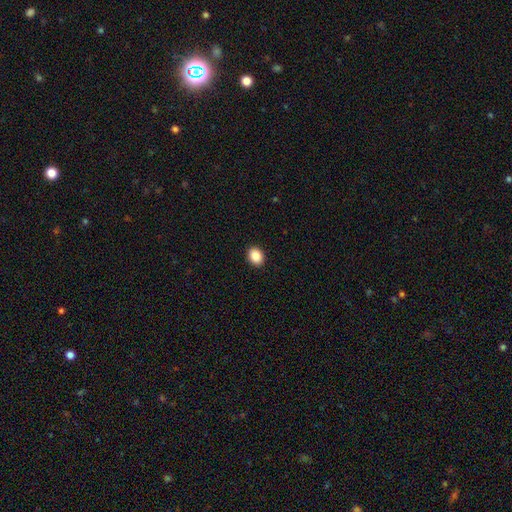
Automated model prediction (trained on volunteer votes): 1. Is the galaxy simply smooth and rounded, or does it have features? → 88% smooth, 8% star or artifact, 3% featured or disk.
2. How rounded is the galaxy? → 59% in between, 40% round, 1% cigar-shaped.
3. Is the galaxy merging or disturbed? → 92% none, 6% minor disturbance, 2% major disturbance, 1% merger.